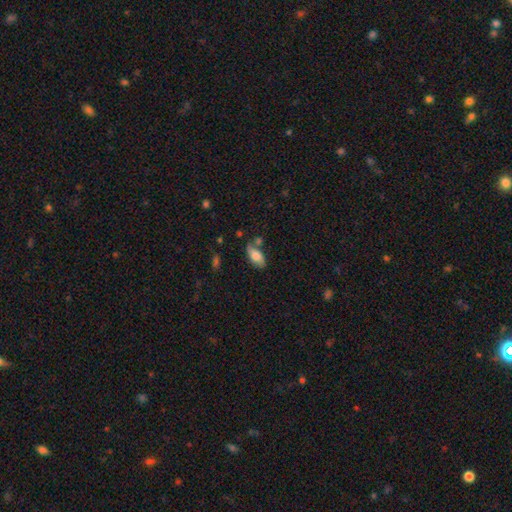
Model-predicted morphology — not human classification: Smooth or featured? smooth (68%)
How rounded? in between (89%)
Merging? none (57%)